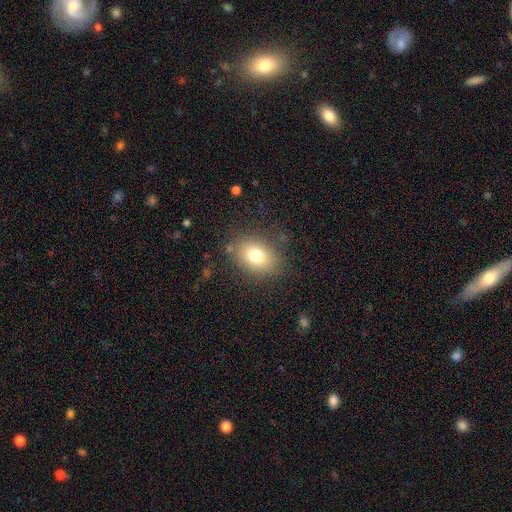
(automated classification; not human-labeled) This appears to be a smooth galaxy with no disk features (76%) that is in between round and cigar-shaped (70%). Merging: none (81%).